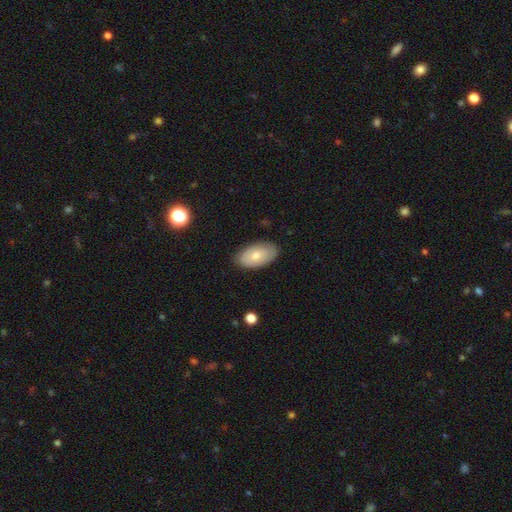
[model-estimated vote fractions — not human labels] A smooth galaxy with no disk features (75%) that is in between round and cigar-shaped (95%).

Vote fractions:
- Smooth or featured? smooth: 75% / featured or disk: 19% / star or artifact: 6%
- How rounded? in between: 95% / round: 4% / cigar-shaped: 2%
- Merging? none: 83% / minor disturbance: 14% / major disturbance: 3% / merger: 1%